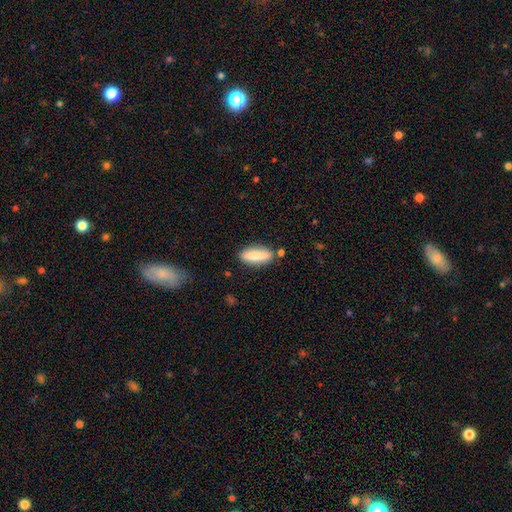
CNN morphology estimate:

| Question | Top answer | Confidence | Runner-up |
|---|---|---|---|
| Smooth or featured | smooth | 77% | featured or disk (17%) |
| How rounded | in between | 58% | cigar-shaped (40%) |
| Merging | none | 79% | minor disturbance (13%) |